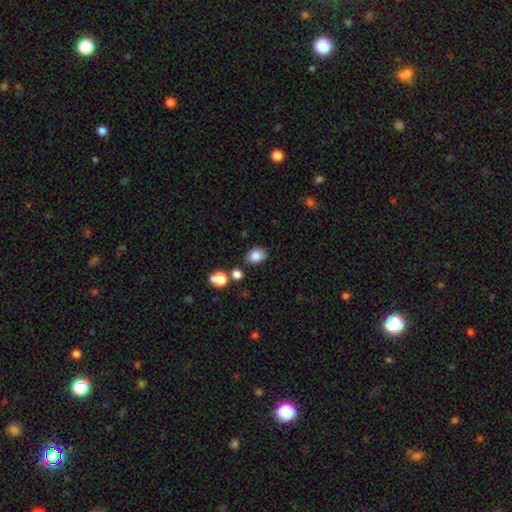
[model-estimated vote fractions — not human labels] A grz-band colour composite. It shows a smooth galaxy with no disk features (83%) that is in between round and cigar-shaped (64%). Merging: none (78%).